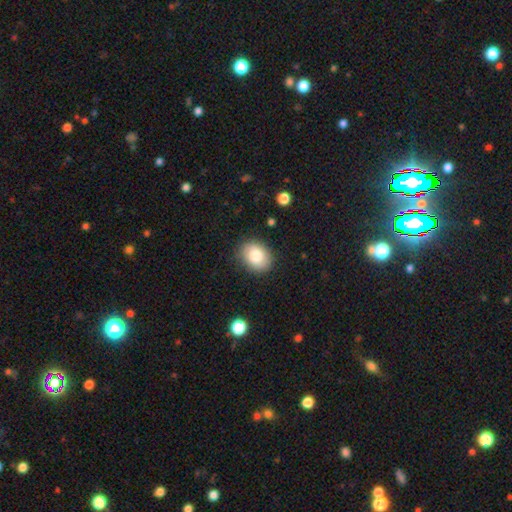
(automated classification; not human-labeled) Smooth or featured? Predicted: smooth (p=0.81). How rounded? Predicted: in between (p=0.59). Merging? Predicted: none (p=0.84).